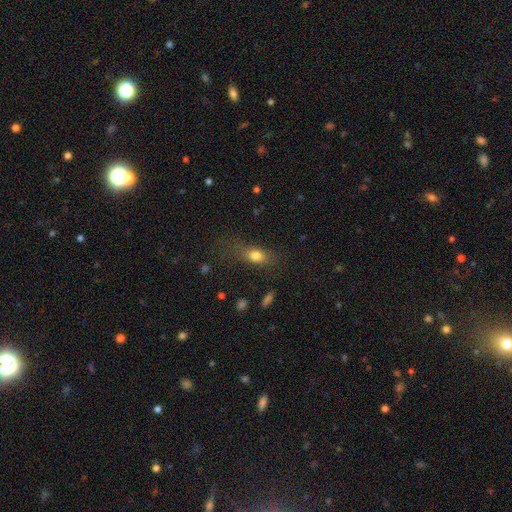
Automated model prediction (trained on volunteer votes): smooth-or-featured: smooth: 77% | featured or disk: 12% | star or artifact: 11%
  how-rounded: in between: 69% | round: 18% | cigar-shaped: 13%
  merging: none: 61% | minor disturbance: 21% | major disturbance: 16% | merger: 3%